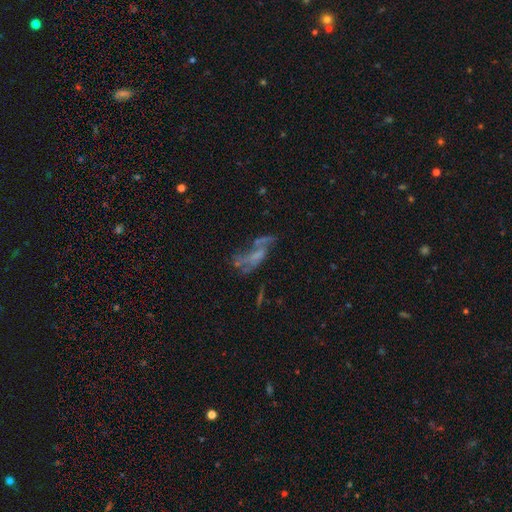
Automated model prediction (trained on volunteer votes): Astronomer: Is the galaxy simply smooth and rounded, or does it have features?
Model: featured or disk — 57%.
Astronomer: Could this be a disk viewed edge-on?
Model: no — 91%.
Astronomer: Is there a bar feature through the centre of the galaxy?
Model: no — 73%.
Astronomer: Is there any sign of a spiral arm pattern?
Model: no — 70%.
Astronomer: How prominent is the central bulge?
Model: none — 66%.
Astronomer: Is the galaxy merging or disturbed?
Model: major disturbance — 37% (runner-up: none, 30%).